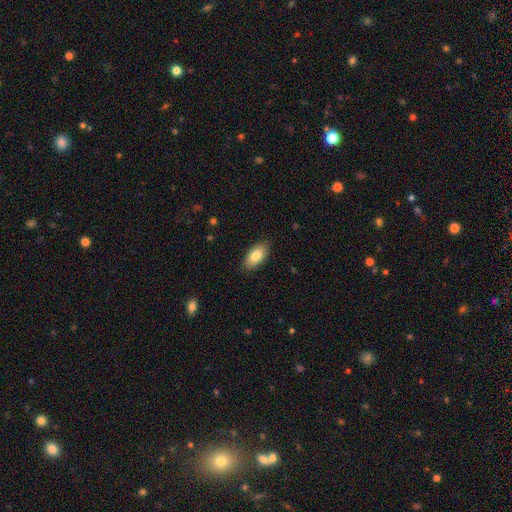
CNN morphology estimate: type=smooth (83%); roundness=in between (93%); merging=none (88%).